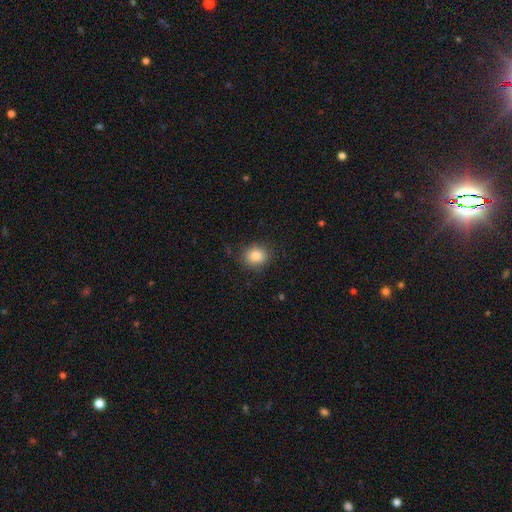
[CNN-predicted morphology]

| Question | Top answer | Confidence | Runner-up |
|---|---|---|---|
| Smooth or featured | smooth | 84% | star or artifact (10%) |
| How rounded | round | 74% | in between (25%) |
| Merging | none | 86% | minor disturbance (10%) |